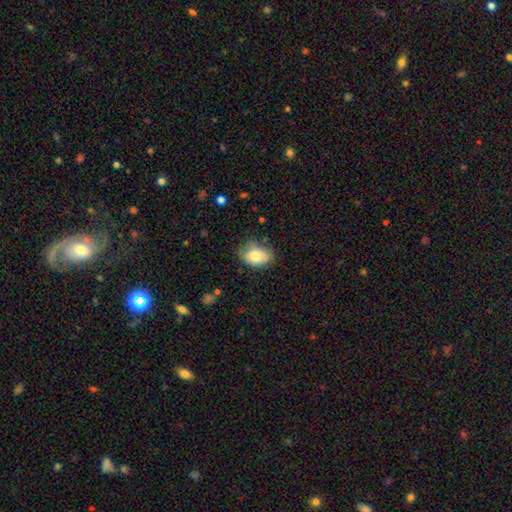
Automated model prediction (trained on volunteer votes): smooth 79%, featured or disk 14%, star or artifact 7%. Down the decision tree: how rounded — in between (82%); merging — none (67%).